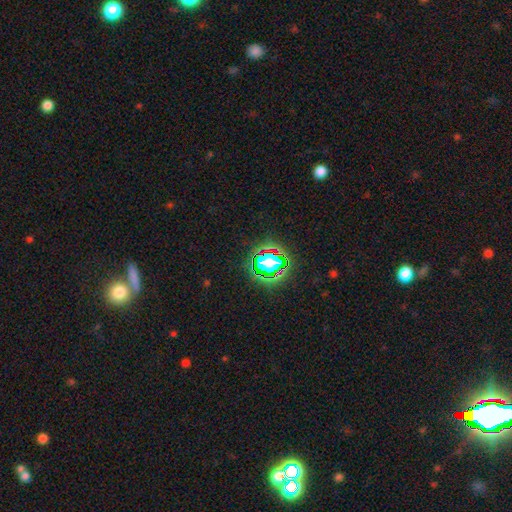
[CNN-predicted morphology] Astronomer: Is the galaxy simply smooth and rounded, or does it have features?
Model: star or artifact — 76%.